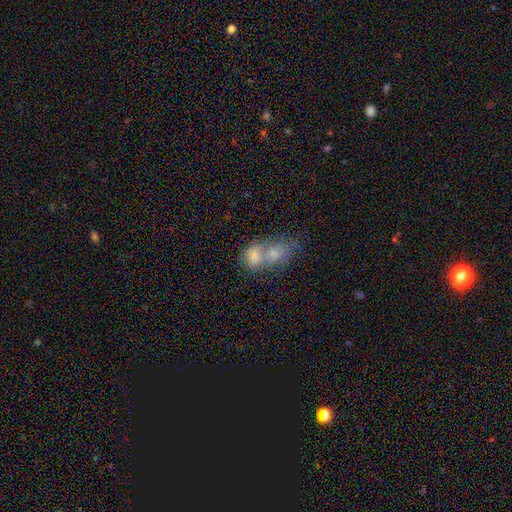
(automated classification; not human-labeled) Q: Smooth or featured?
A: smooth (70%); runner-up: featured or disk (20%)
Q: How rounded?
A: in between (72%); runner-up: round (26%)
Q: Merging?
A: merger (72%); runner-up: none (15%)